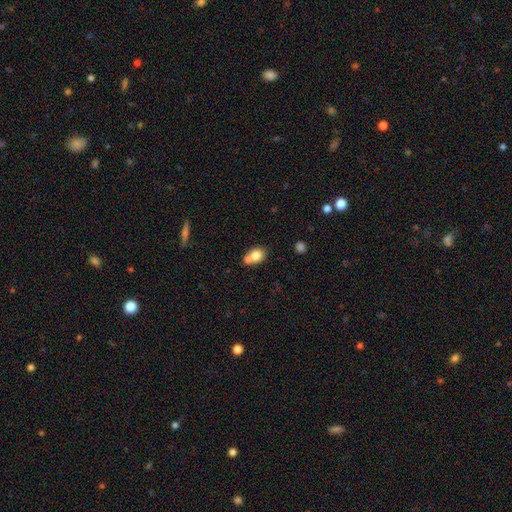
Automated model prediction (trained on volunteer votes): A smooth galaxy with no disk features (79%) that is round (59%).

Vote fractions:
- Smooth or featured? smooth: 79% / featured or disk: 12% / star or artifact: 10%
- How rounded? round: 59% / in between: 40% / cigar-shaped: 1%
- Merging? merger: 47% / none: 40% / minor disturbance: 9% / major disturbance: 3%